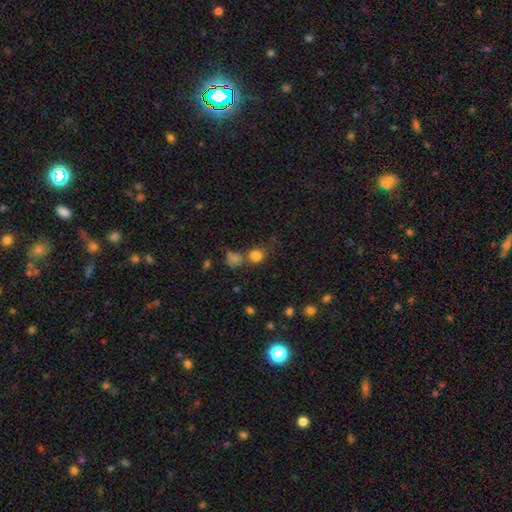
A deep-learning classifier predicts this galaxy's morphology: smooth_or_featured: smooth (p=0.79) [alt: star or artifact p=0.14]
how_rounded: round (p=0.71) [alt: in between p=0.28]
merging: none (p=0.53) [alt: merger p=0.31]